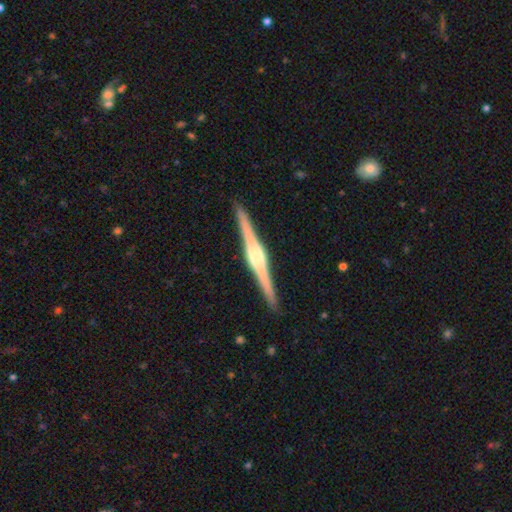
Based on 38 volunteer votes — Smooth or featured? 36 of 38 (95%) said featured or disk. Edge-on disk? 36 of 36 (100%) said yes. Edge-on bulge? 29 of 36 (81%) said rounded. Merging? 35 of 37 (95%) said none.